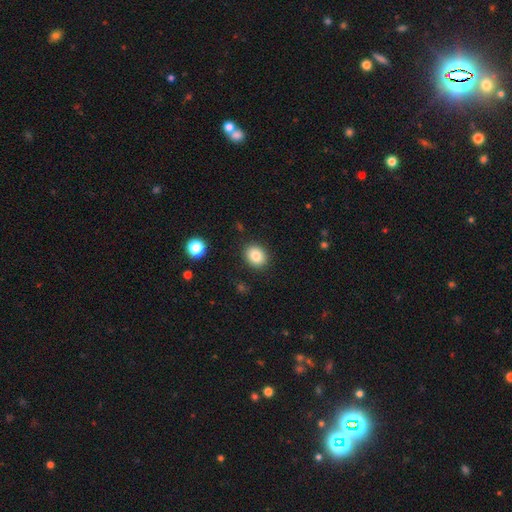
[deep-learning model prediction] A smooth galaxy with no disk features (84%) that is round (53%).

Vote fractions:
- Smooth or featured? smooth: 84% / star or artifact: 9% / featured or disk: 6%
- How rounded? round: 53% / in between: 46% / cigar-shaped: 1%
- Merging? none: 88% / minor disturbance: 8% / major disturbance: 3% / merger: 2%